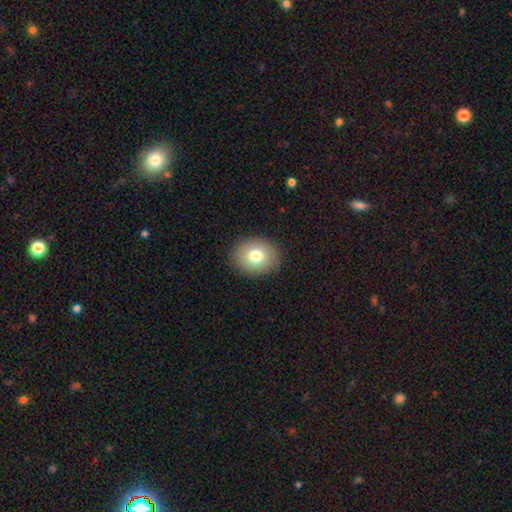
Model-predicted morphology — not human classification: type=smooth (77%); roundness=round (60%); merging=none (89%).